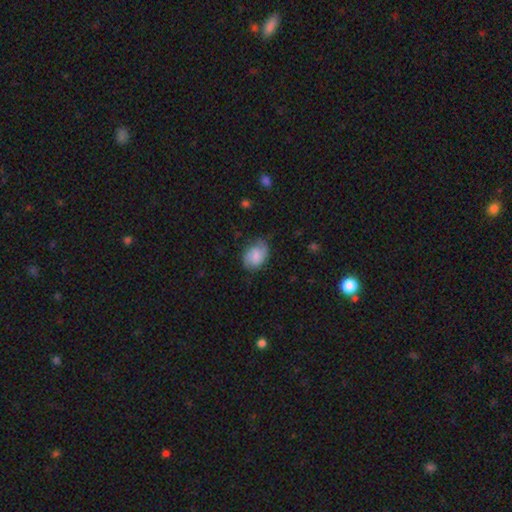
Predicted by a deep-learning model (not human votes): Overall: smooth (72%). How rounded: in between (74%). Merging: none (65%; minor disturbance 27%).